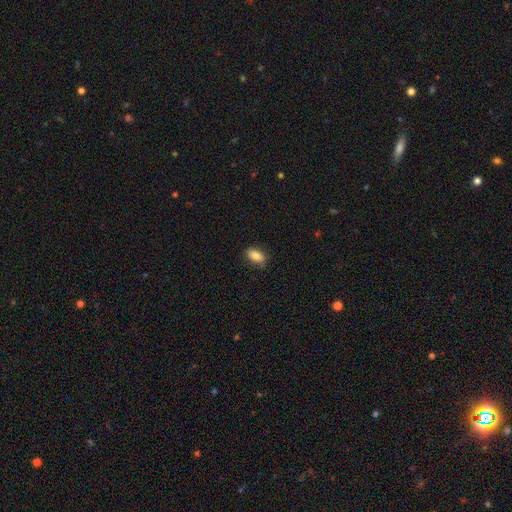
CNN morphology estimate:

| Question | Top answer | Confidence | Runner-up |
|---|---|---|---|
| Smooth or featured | smooth | 86% | star or artifact (8%) |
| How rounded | in between | 90% | round (6%) |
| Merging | none | 82% | minor disturbance (14%) |